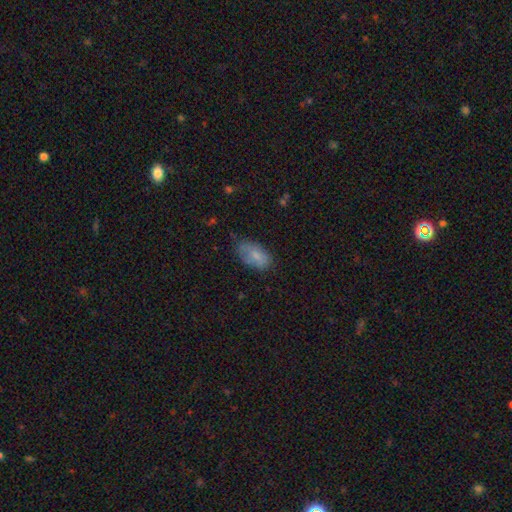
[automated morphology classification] Smooth or featured? smooth (78%)
How rounded? in between (93%)
Merging? none (66%)